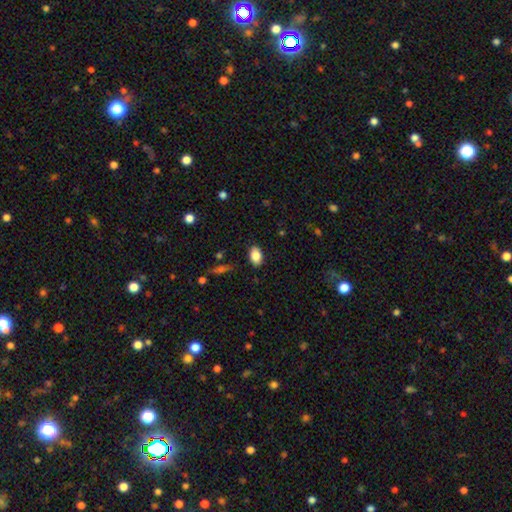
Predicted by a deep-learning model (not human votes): This appears to be a smooth galaxy with no disk features (85%) that is in between round and cigar-shaped (87%). Merging: none (85%).